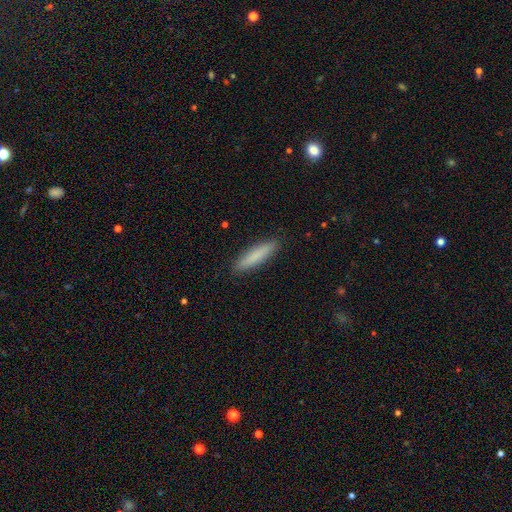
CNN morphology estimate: Smooth or featured?
  - smooth: 83% *
  - featured or disk: 11%
  - star or artifact: 6%
How rounded?
  - cigar-shaped: 84% *
  - in between: 15%
  - round: 1%
Merging?
  - none: 91% *
  - minor disturbance: 7%
  - major disturbance: 2%
  - merger: 1%